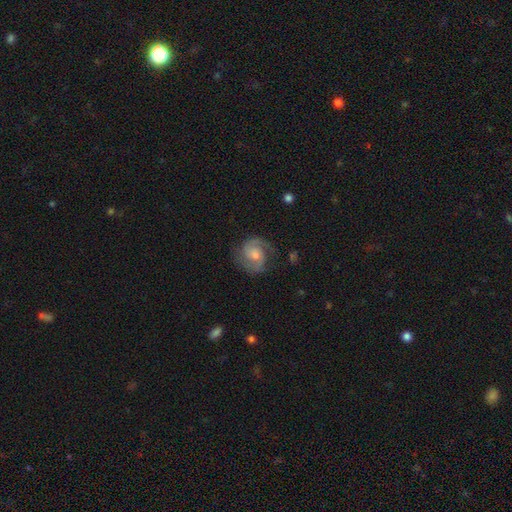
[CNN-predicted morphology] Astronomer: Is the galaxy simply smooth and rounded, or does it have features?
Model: featured or disk — 83%.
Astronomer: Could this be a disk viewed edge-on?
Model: no — 98%.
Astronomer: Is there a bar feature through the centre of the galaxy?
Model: no — 58% (runner-up: weak, 35%).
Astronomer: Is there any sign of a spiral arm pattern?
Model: yes — 96%.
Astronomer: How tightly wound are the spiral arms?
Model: medium — 49% (runner-up: tight, 36%).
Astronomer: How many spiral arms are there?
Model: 2 — 87%.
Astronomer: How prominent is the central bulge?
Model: moderate — 48% (runner-up: small, 45%).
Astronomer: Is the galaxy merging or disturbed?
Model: none — 76%.